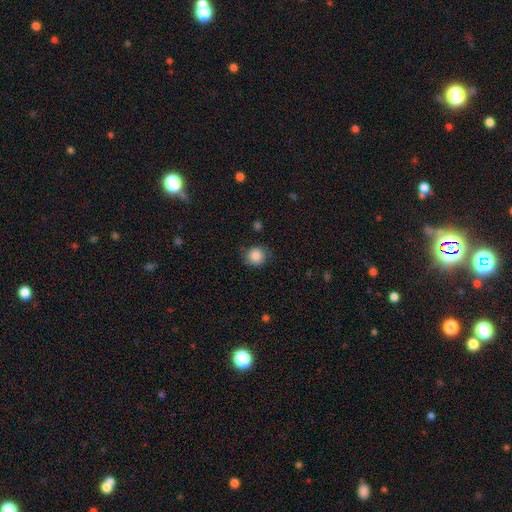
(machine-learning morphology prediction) Smooth or featured?
  - smooth: 86% *
  - star or artifact: 9%
  - featured or disk: 5%
How rounded?
  - round: 85% *
  - in between: 14%
  - cigar-shaped: 1%
Merging?
  - none: 79% *
  - minor disturbance: 16%
  - major disturbance: 4%
  - merger: 1%